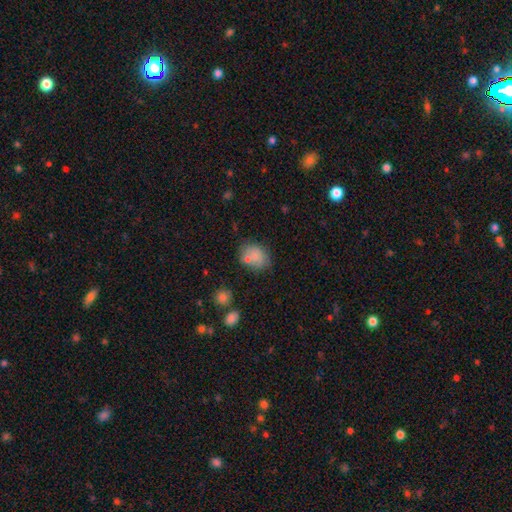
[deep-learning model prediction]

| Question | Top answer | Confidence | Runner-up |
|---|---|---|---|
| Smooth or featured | smooth | 77% | featured or disk (13%) |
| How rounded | in between | 55% | round (44%) |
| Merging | none | 58% | minor disturbance (18%) |